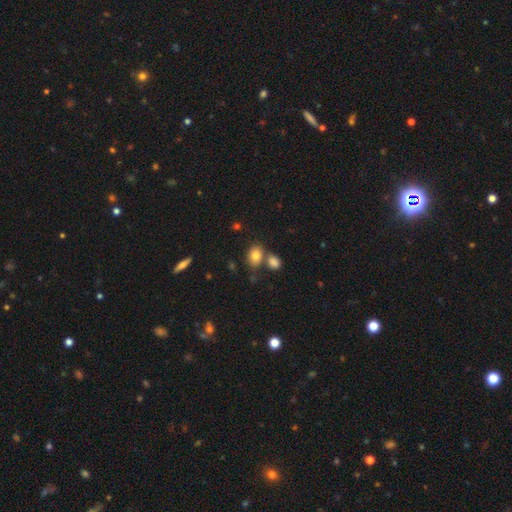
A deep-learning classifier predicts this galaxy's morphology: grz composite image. It shows a smooth galaxy with no disk features (82%) that is in between round and cigar-shaped (71%). Merging: none (59%).